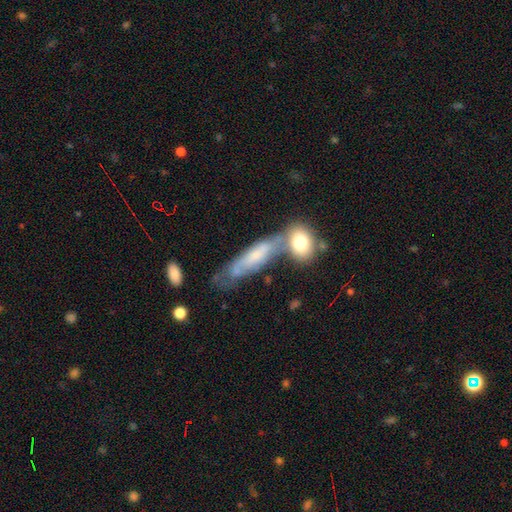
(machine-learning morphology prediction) Smooth or featured? smooth (47%)
Merging? merger (36%)